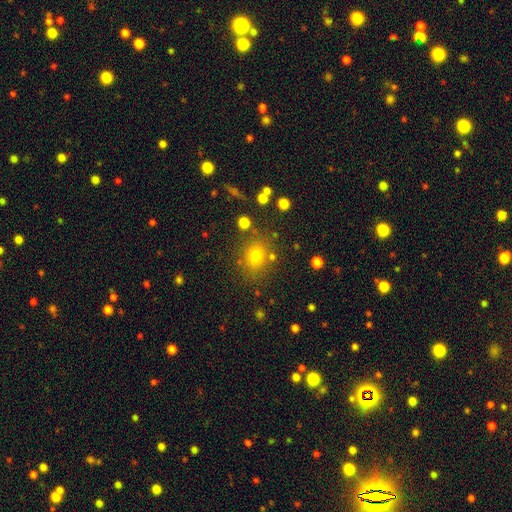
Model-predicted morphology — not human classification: Smooth or featured? Predicted: smooth (p=0.74). How rounded? Predicted: round (p=0.69). Merging? Predicted: none (p=0.78).